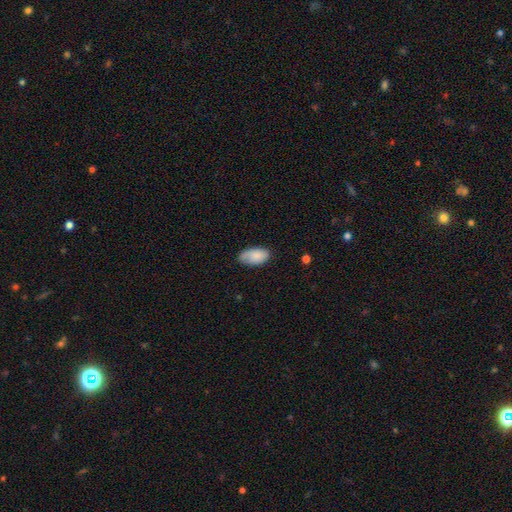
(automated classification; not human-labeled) A smooth galaxy with no disk features (82%) that is in between round and cigar-shaped (95%).

Vote fractions:
- Smooth or featured? smooth: 82% / featured or disk: 12% / star or artifact: 6%
- How rounded? in between: 95% / round: 3% / cigar-shaped: 2%
- Merging? none: 69% / minor disturbance: 24% / major disturbance: 6% / merger: 2%